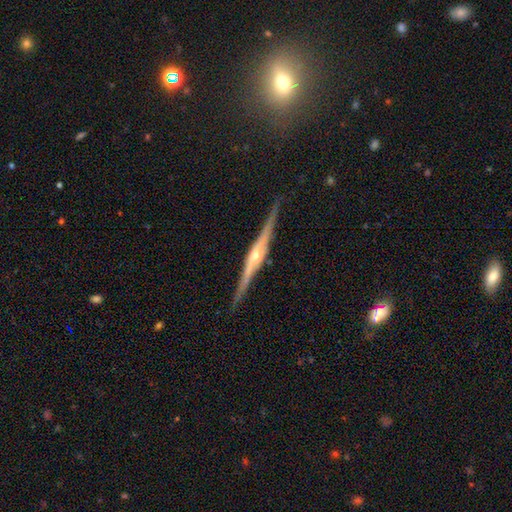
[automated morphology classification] The model was most divided on "smooth or featured": featured or disk: 85%, smooth: 10%, star or artifact: 5%. More confident: edge-on disk — yes (98%); edge-on bulge — rounded (89%); merging — none (86%).